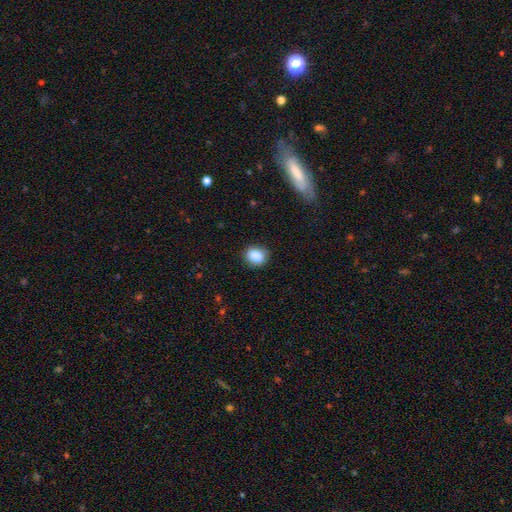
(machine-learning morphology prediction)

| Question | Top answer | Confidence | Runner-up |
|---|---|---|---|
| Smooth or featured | smooth | 86% | star or artifact (9%) |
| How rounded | round | 57% | in between (42%) |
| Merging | none | 88% | minor disturbance (9%) |